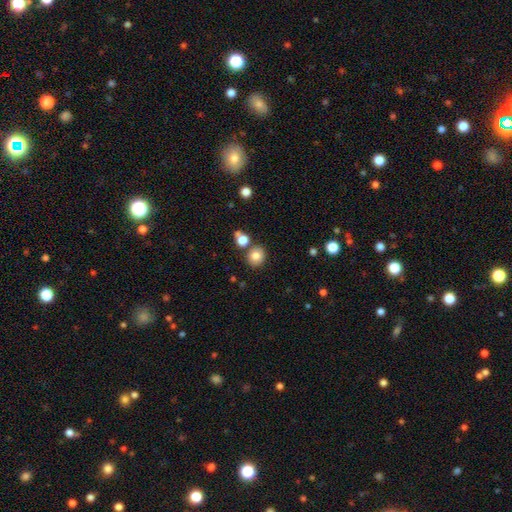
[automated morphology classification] A smooth galaxy with no disk features (83%) that is round (83%). Merging: none (78%).